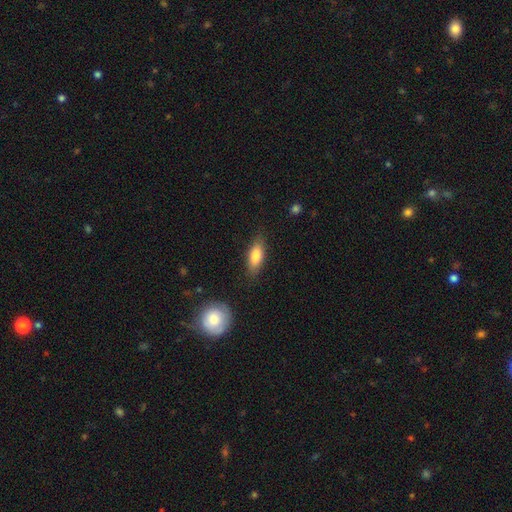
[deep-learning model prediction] A smooth galaxy with no disk features (80%) that is in between round and cigar-shaped (71%).

Vote fractions:
- Smooth or featured? smooth: 80% / featured or disk: 13% / star or artifact: 6%
- How rounded? in between: 71% / cigar-shaped: 26% / round: 3%
- Merging? none: 80% / minor disturbance: 15% / major disturbance: 3% / merger: 2%